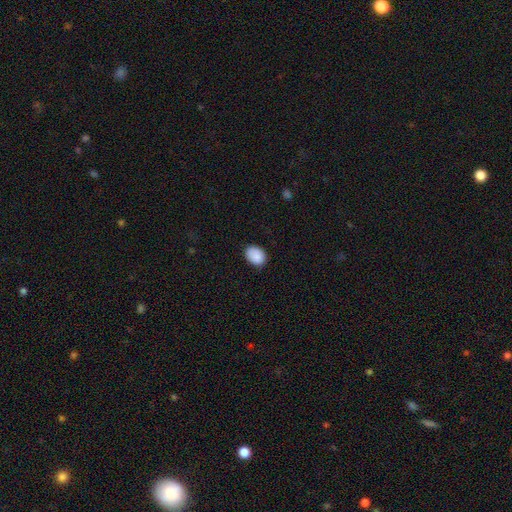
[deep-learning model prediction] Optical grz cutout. It shows a smooth galaxy with no disk features (88%) that is in between round and cigar-shaped (75%). Merging: none (79%).